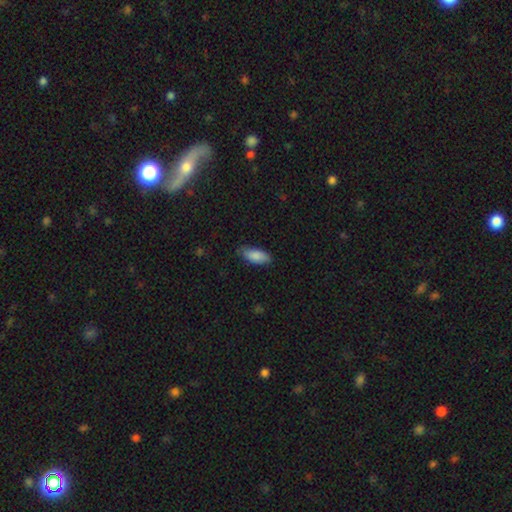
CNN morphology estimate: smooth_or_featured: smooth (p=0.87) [alt: featured or disk p=0.07]
how_rounded: in between (p=0.83) [alt: cigar-shaped p=0.16]
merging: none (p=0.78) [alt: minor disturbance p=0.18]